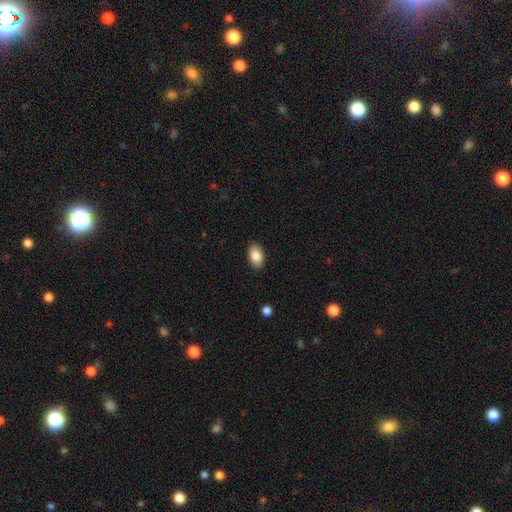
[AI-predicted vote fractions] The model was most divided on "smooth or featured": smooth: 87%, star or artifact: 7%, featured or disk: 6%. More confident: how rounded — in between (93%); merging — none (88%).